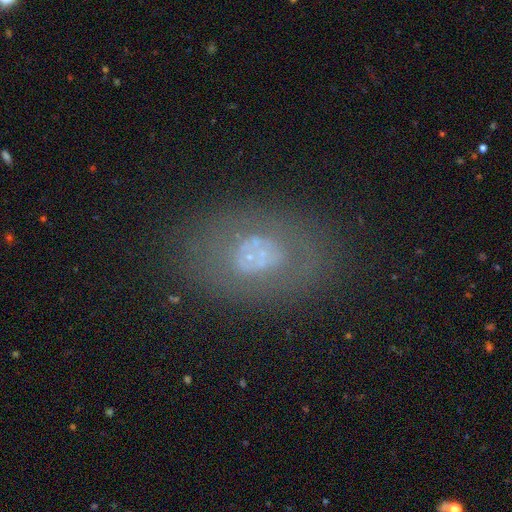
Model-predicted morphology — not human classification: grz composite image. It shows a featured or disk galaxy (48%). Merging: none (72%).